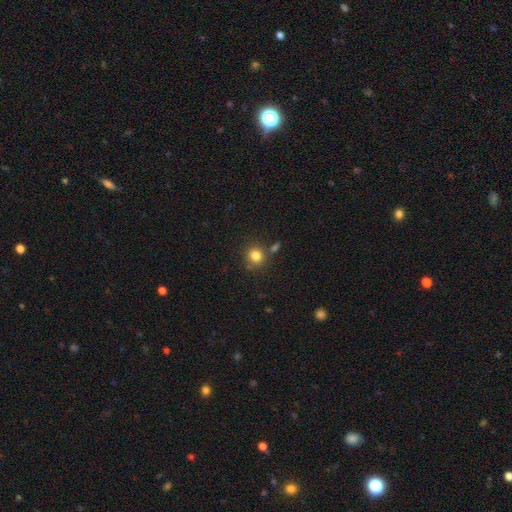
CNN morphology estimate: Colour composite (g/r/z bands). It shows a smooth galaxy with no disk features (82%) that is round (86%). Merging: none (76%).